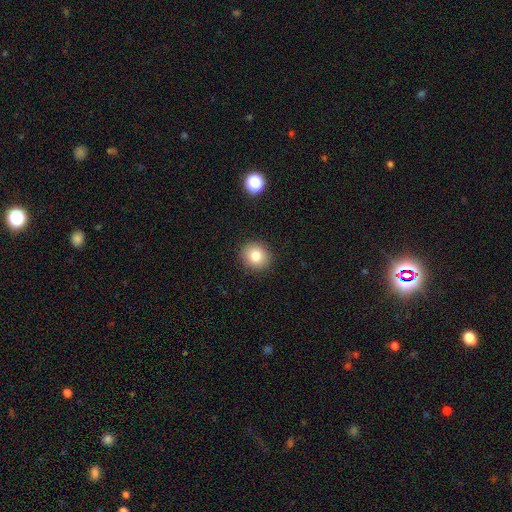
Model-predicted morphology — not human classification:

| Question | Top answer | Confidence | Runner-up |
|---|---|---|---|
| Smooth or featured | smooth | 81% | star or artifact (11%) |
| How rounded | round | 82% | in between (17%) |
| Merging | none | 91% | minor disturbance (6%) |